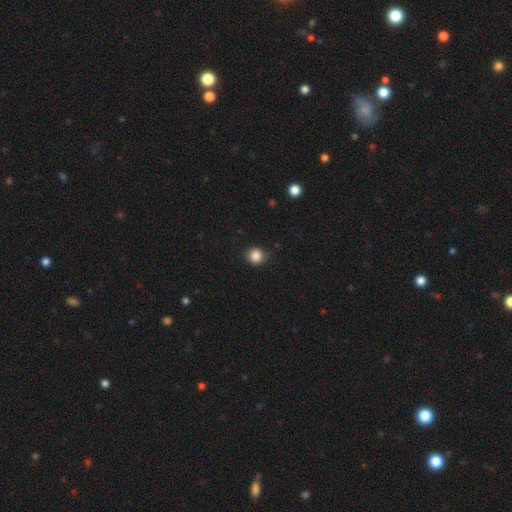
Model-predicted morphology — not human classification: A smooth galaxy with no disk features (86%) that is round (92%). Merging: none (89%).